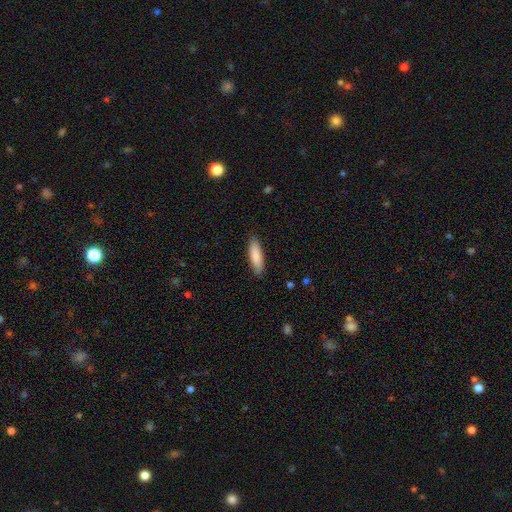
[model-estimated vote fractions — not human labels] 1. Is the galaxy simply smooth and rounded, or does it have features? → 86% smooth, 8% featured or disk, 5% star or artifact.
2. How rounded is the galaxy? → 62% cigar-shaped, 36% in between, 1% round.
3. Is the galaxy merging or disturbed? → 88% none, 9% minor disturbance, 2% major disturbance, 1% merger.